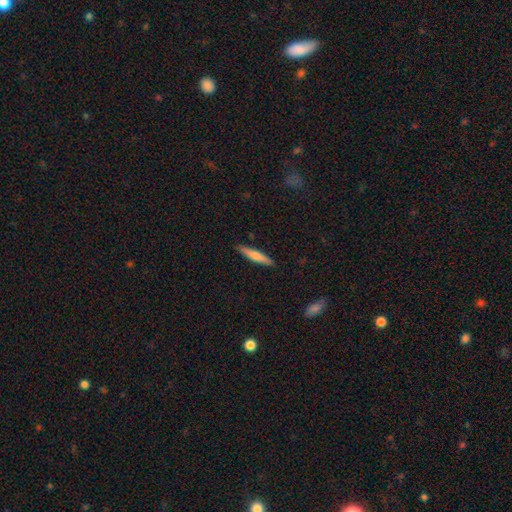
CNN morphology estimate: A smooth galaxy with no disk features (67%) that is cigar-shaped (89%). Merging: none (90%).